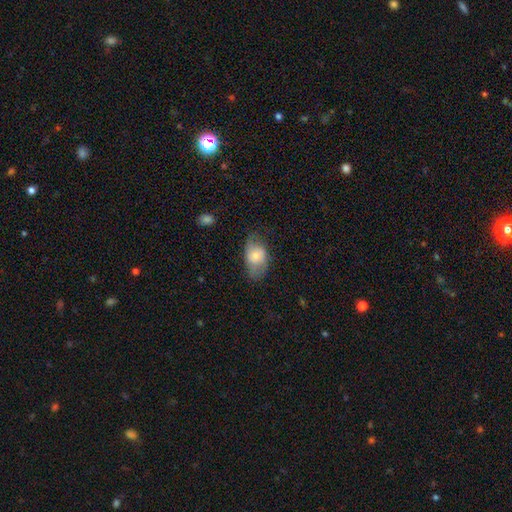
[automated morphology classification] Smooth or featured? smooth (65%)
How rounded? in between (83%)
Merging? none (58%)